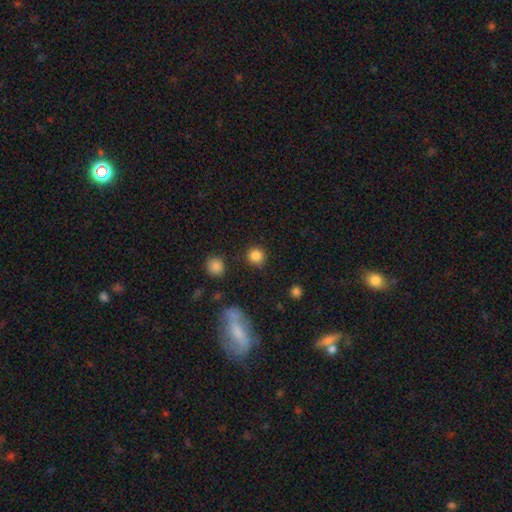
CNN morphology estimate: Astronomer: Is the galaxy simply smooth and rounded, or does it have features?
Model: smooth — 84%.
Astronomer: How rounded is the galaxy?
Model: round — 92%.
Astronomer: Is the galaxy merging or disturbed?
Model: none — 86%.